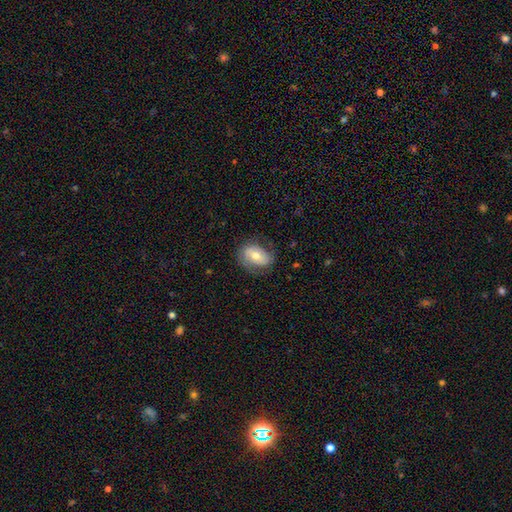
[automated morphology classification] smooth_or_featured: smooth (p=0.54) [alt: featured or disk p=0.39]
how_rounded: in between (p=0.74) [alt: round p=0.24]
merging: none (p=0.70) [alt: minor disturbance p=0.21]